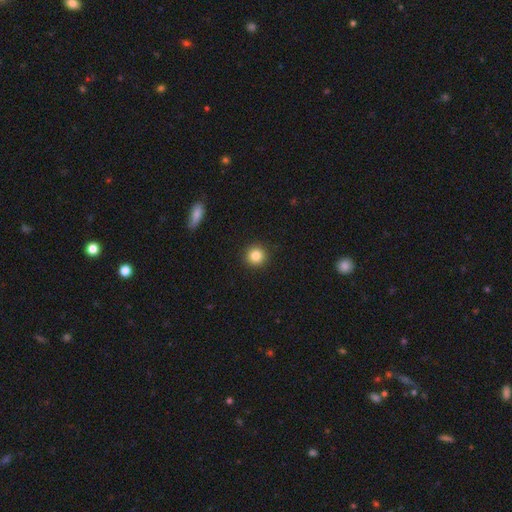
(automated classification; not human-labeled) Overall: smooth (85%). How rounded: round (95%). Merging: none (92%).